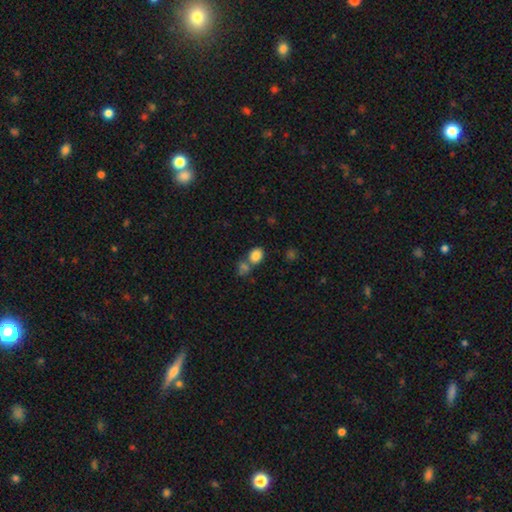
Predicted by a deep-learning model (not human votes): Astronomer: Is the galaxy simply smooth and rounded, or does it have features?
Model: smooth — 83%.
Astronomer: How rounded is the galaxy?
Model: in between — 59% (runner-up: round, 40%).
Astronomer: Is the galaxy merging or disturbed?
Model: none — 50% (runner-up: merger, 36%).